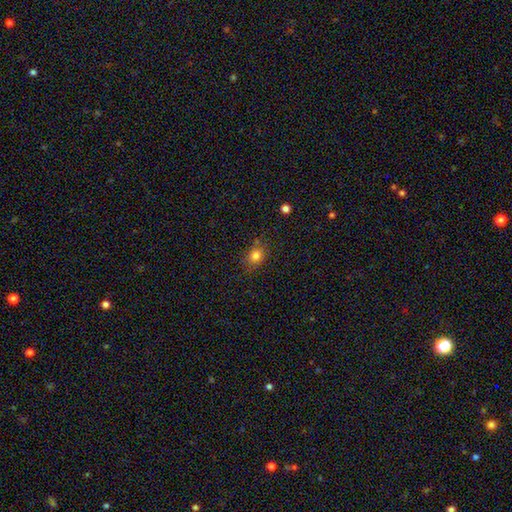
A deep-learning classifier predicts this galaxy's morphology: The model was most divided on "how rounded": round: 56%, in between: 42%, cigar-shaped: 1%. More confident: smooth or featured — smooth (80%); merging — none (77%).